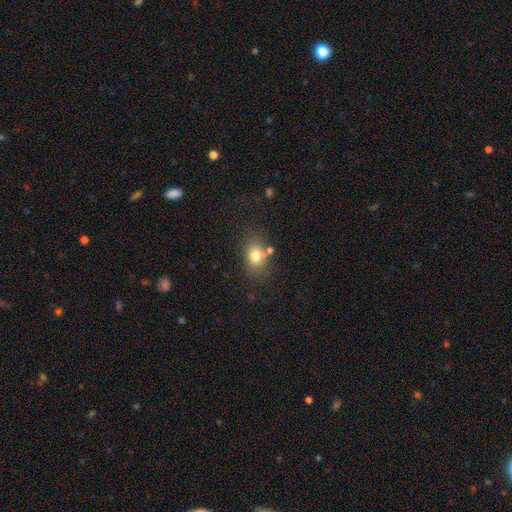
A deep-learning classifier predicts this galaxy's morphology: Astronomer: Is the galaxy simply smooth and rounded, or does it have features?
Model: smooth — 77%.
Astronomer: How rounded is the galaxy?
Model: in between — 60% (runner-up: round, 38%).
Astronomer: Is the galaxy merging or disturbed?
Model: none — 68%.